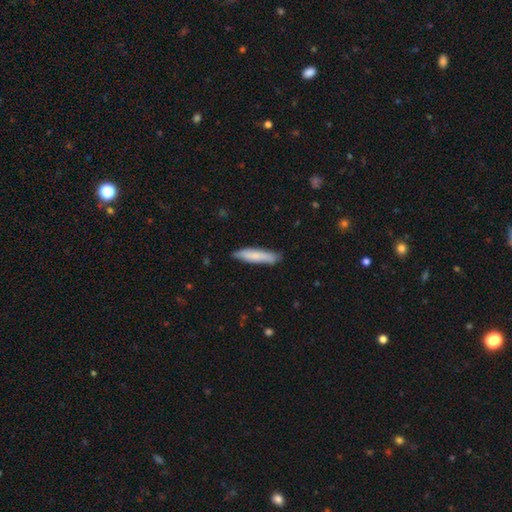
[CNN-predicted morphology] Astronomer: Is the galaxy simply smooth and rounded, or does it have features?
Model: smooth — 80%.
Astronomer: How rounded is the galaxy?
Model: cigar-shaped — 83%.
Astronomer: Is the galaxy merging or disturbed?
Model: none — 84%.